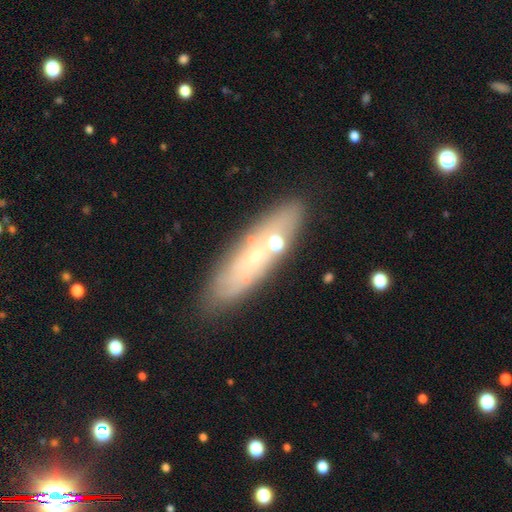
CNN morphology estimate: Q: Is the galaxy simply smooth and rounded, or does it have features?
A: featured or disk — 49%.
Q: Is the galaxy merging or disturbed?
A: none — 76%.